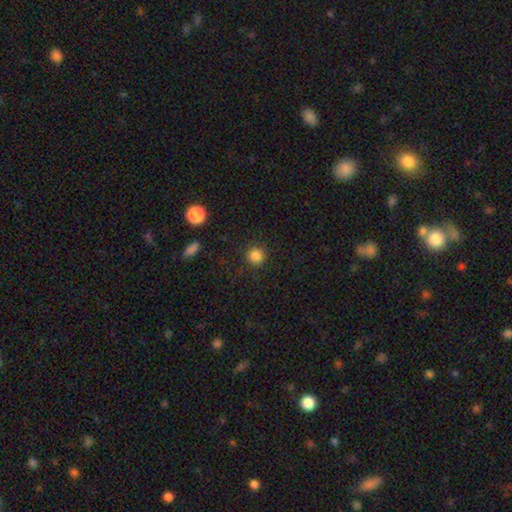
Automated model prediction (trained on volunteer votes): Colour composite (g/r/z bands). It shows a smooth galaxy with no disk features (84%) that is round (94%). Merging: none (90%).